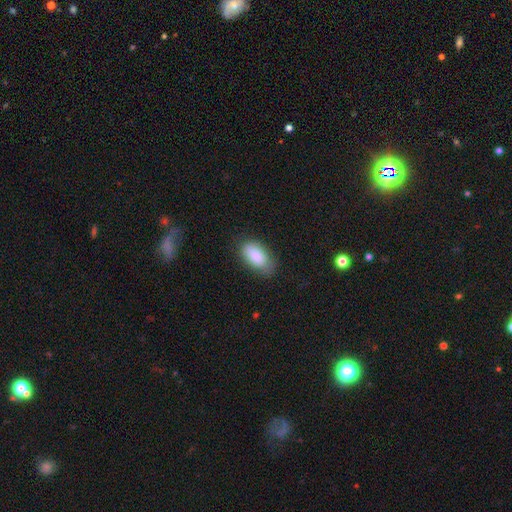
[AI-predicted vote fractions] This is clearly a smooth galaxy (87%). How rounded: clearly in between (93%). Merging: likely none (75%).